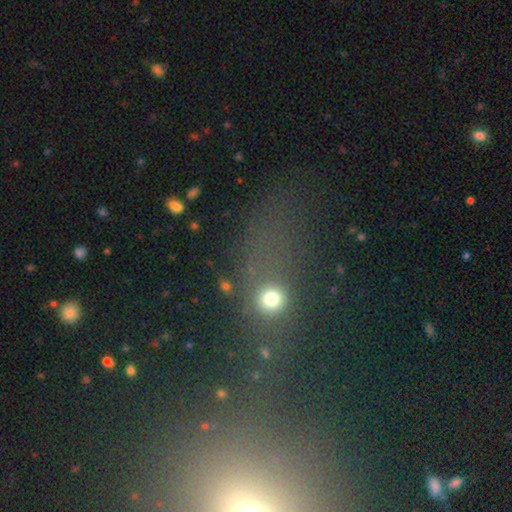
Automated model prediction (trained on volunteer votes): This is marginally a smooth galaxy (42%). Merging: marginally none (45%).